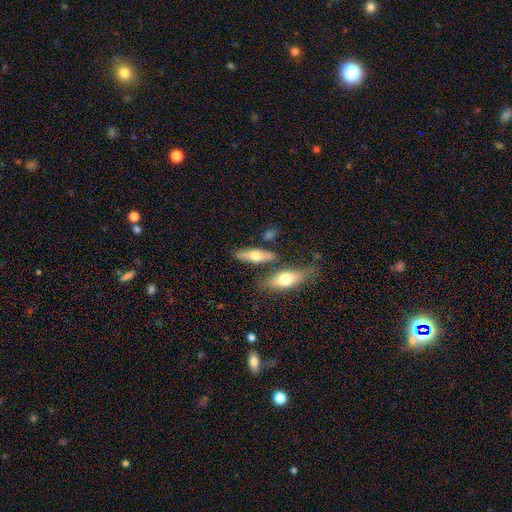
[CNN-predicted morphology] A smooth galaxy with no disk features (58%) that is cigar-shaped (50%). Merging: none (73%).